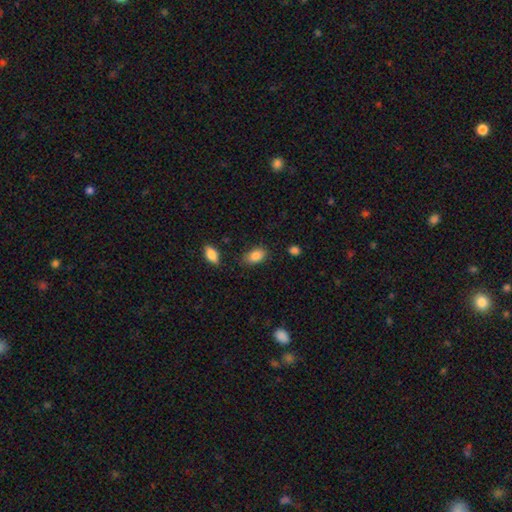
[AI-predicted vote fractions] Smooth or featured? smooth (86%)
How rounded? in between (90%)
Merging? none (80%)